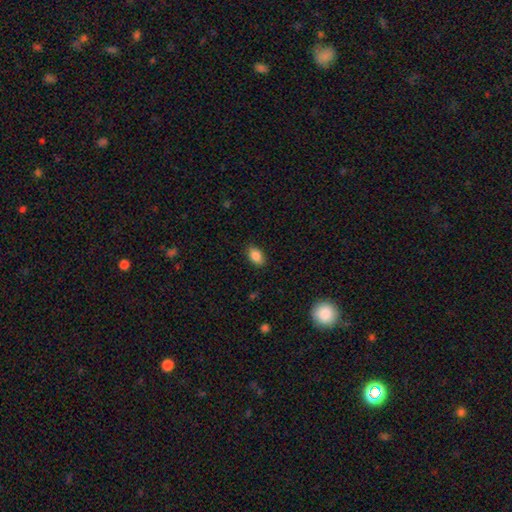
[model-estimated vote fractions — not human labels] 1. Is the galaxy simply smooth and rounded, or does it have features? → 87% smooth, 8% star or artifact, 5% featured or disk.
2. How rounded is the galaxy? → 88% in between, 10% round, 2% cigar-shaped.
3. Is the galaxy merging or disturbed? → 88% none, 9% minor disturbance, 2% major disturbance, 1% merger.